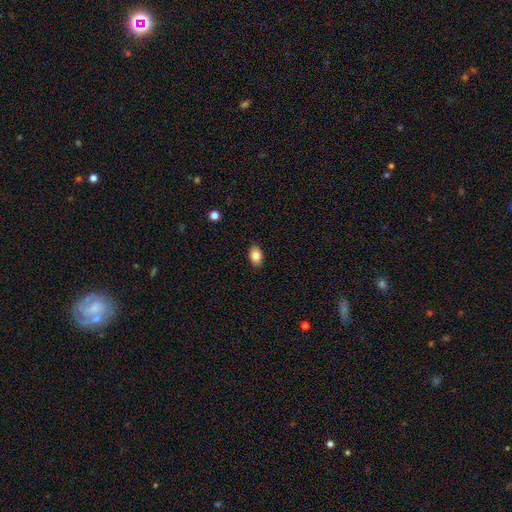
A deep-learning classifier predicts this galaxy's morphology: Q: Smooth or featured?
A: smooth (86%); runner-up: star or artifact (8%)
Q: How rounded?
A: in between (87%); runner-up: round (11%)
Q: Merging?
A: none (87%); runner-up: minor disturbance (10%)